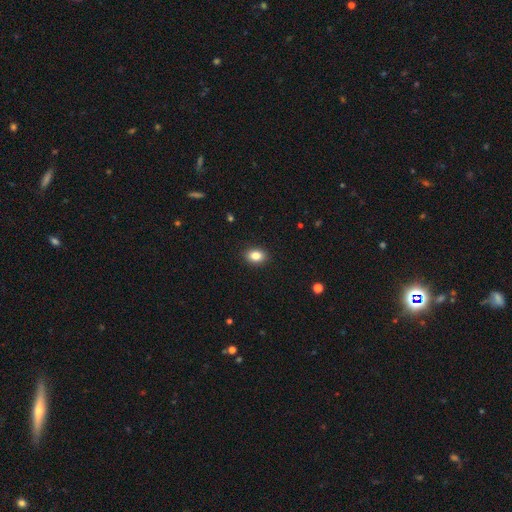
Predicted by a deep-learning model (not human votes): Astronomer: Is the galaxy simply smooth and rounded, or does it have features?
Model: smooth — 85%.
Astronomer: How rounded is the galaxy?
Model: in between — 73%.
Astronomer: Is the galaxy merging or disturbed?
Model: none — 90%.